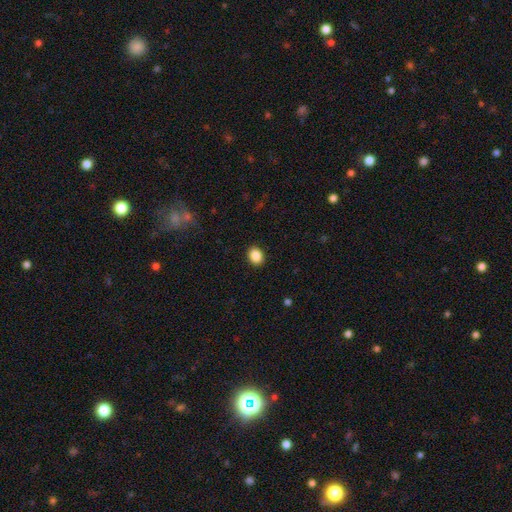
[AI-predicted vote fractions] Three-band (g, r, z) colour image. It shows a smooth galaxy with no disk features (87%) that is round (53%). Merging: none (92%).